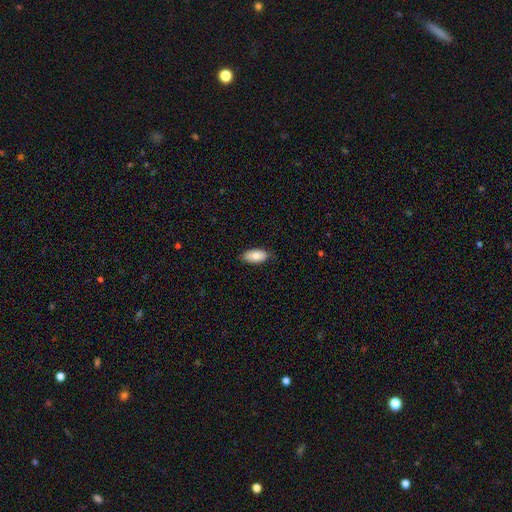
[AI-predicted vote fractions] A smooth galaxy with no disk features (79%) that is in between round and cigar-shaped (93%).

Vote fractions:
- Smooth or featured? smooth: 79% / featured or disk: 14% / star or artifact: 7%
- How rounded? in between: 93% / cigar-shaped: 4% / round: 3%
- Merging? none: 81% / minor disturbance: 15% / major disturbance: 2% / merger: 1%